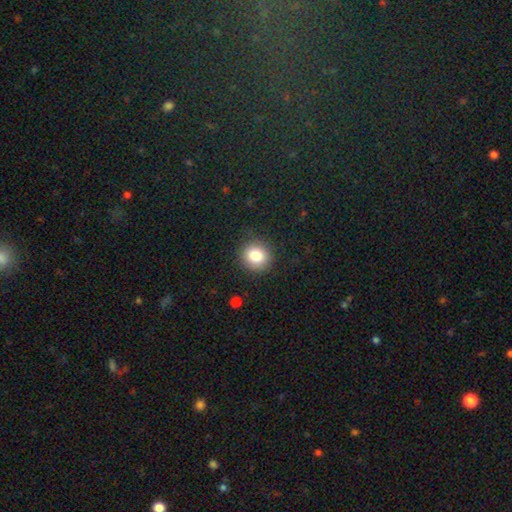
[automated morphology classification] type=smooth (82%); roundness=round (87%); merging=none (88%).